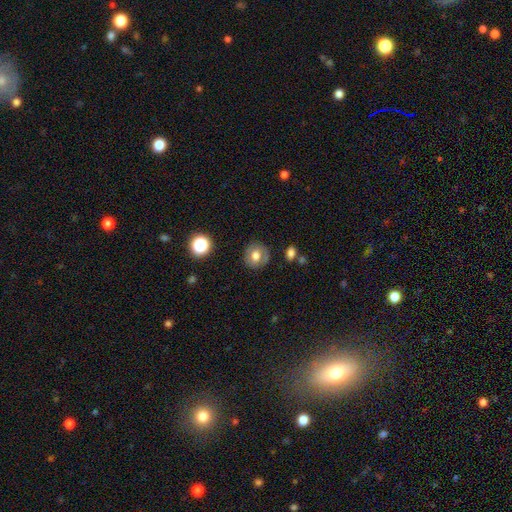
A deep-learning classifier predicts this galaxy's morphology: smooth 67%, featured or disk 23%, star or artifact 10%. Down the decision tree: how rounded — round (82%); merging — none (83%).